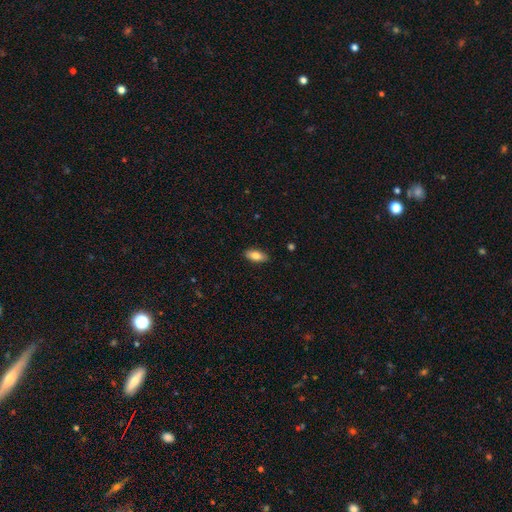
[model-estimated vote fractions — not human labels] Smooth or featured? Predicted: smooth (p=0.79). How rounded? Predicted: in between (p=0.86). Merging? Predicted: none (p=0.88).